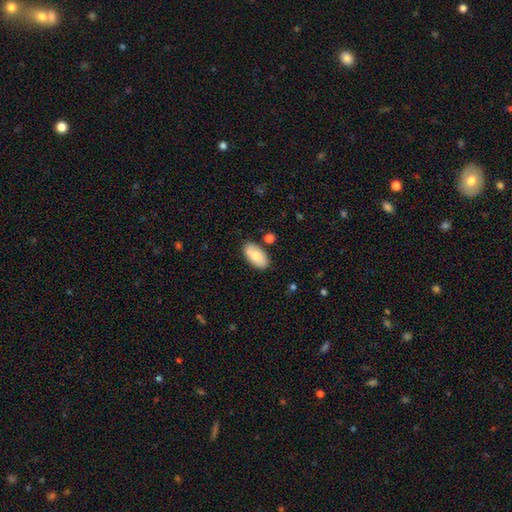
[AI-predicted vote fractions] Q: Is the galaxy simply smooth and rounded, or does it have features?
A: smooth — 78%.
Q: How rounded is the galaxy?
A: in between — 94%.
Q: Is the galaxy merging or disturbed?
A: none — 82%.